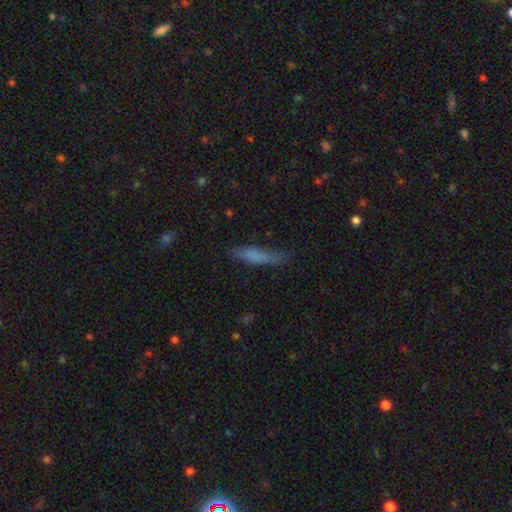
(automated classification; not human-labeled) A smooth galaxy with no disk features (73%) that is cigar-shaped (82%). Merging: none (62%).